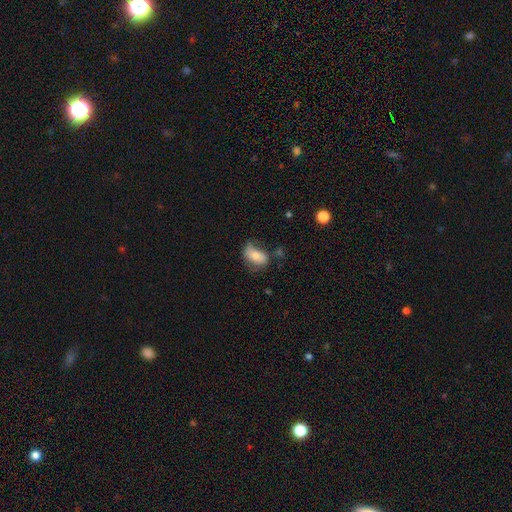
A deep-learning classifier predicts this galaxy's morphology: A smooth galaxy with no disk features (67%) that is in between round and cigar-shaped (88%). Merging: none (43%).